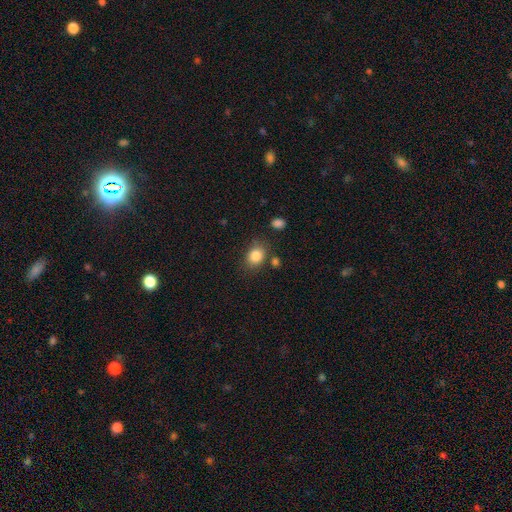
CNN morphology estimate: smooth_or_featured: smooth (p=0.84) [alt: star or artifact p=0.10]
how_rounded: in between (p=0.51) [alt: round p=0.48]
merging: none (p=0.74) [alt: minor disturbance p=0.15]